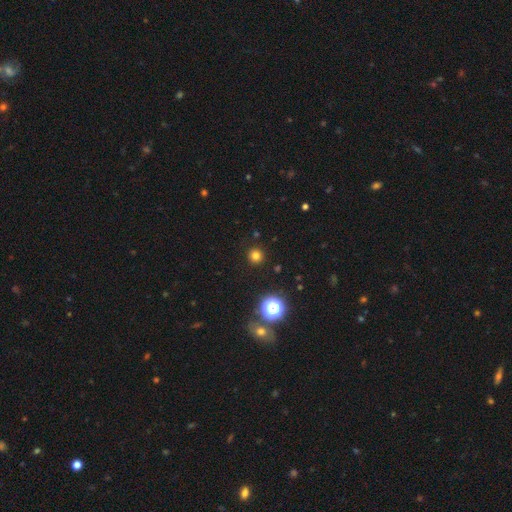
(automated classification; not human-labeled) This is likely a smooth galaxy (77%). How rounded: clearly round (96%). Merging: clearly none (92%).